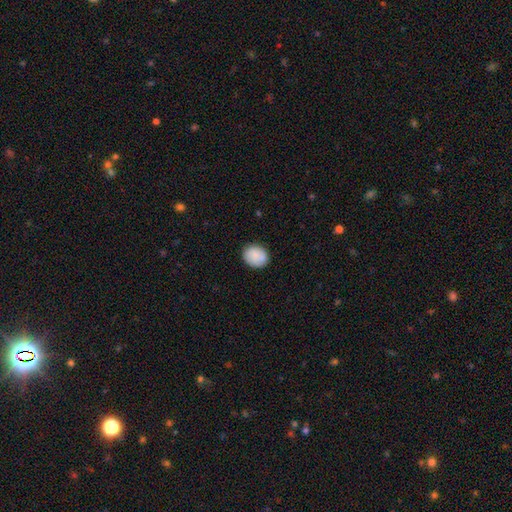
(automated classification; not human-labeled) Overall: smooth (85%). How rounded: round (62%; in between 38%). Merging: none (82%).